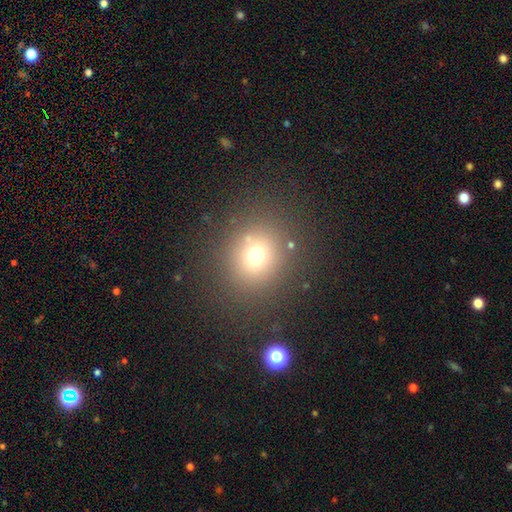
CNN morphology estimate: A smooth galaxy with no disk features (70%) that is round (81%).

Vote fractions:
- Smooth or featured? smooth: 70% / star or artifact: 20% / featured or disk: 10%
- How rounded? round: 81% / in between: 18% / cigar-shaped: 1%
- Merging? none: 83% / minor disturbance: 8% / major disturbance: 5% / merger: 4%